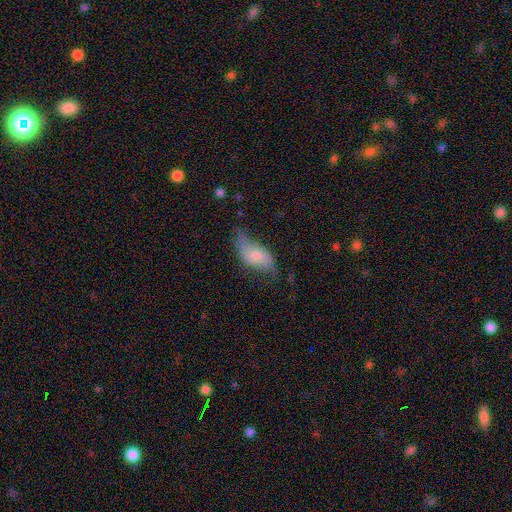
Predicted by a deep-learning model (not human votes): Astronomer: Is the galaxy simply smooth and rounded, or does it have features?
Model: featured or disk — 49% (runner-up: smooth, 43%).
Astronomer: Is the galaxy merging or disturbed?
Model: none — 48% (runner-up: minor disturbance, 34%).